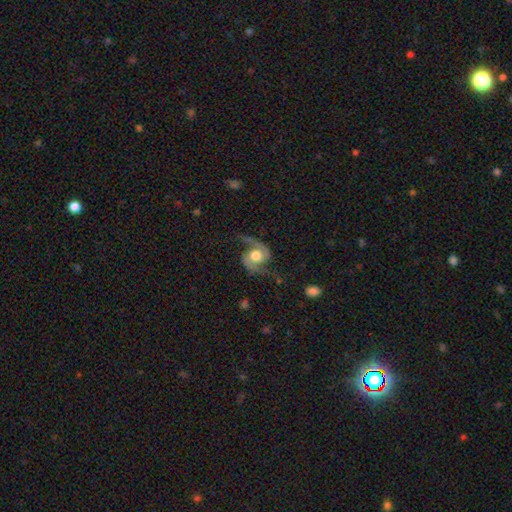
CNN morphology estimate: Smooth or featured?
  - featured or disk: 88% *
  - smooth: 7%
  - star or artifact: 5%
Edge-on disk?
  - no: 97% *
  - yes: 3%
Bar?
  - no: 68% *
  - weak: 25%
  - strong: 7%
Spiral arms?
  - yes: 97% *
  - no: 3%
Spiral winding?
  - loose: 46% *
  - medium: 44%
  - tight: 10%
Spiral arm count?
  - 2: 94% *
  - 1: 2%
  - can't tell: 2%
  - 3: 1%
  - 4: 1%
  - more than 4: 1%
Bulge size?
  - moderate: 53% *
  - large: 36%
  - small: 5%
  - dominant: 3%
  - none: 2%
Merging?
  - none: 71% *
  - minor disturbance: 17%
  - major disturbance: 11%
  - merger: 2%